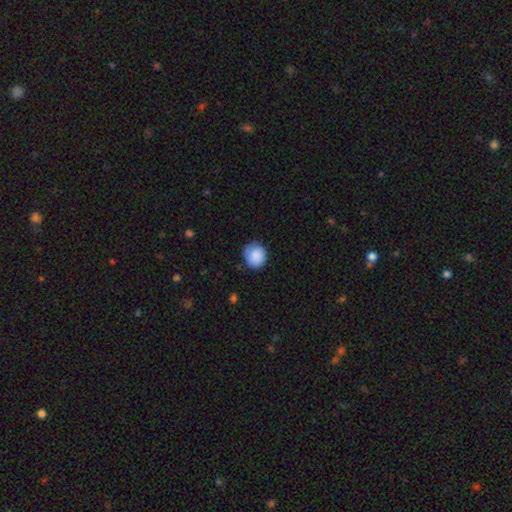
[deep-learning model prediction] Overall: smooth (86%). How rounded: round (85%). Merging: none (74%).